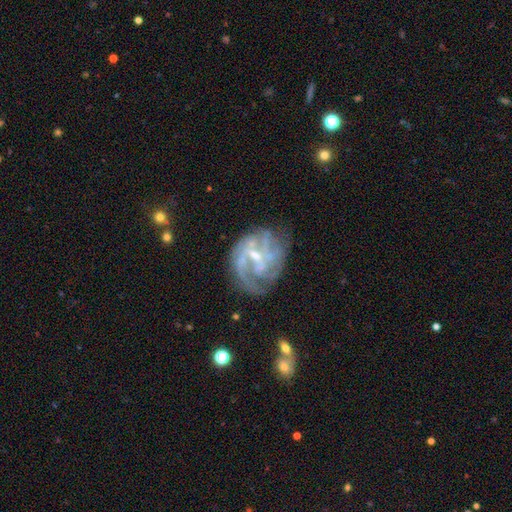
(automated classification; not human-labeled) A featured or disk galaxy (82%) with a weak bar (48%), tight (43%) spiral arms (85%) and a small central bulge (60%). Merging: none (56%).